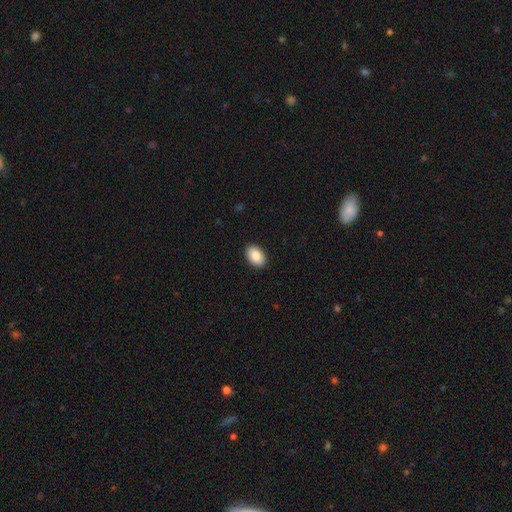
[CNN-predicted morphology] A smooth galaxy with no disk features (84%) that is in between round and cigar-shaped (86%). Merging: none (91%).